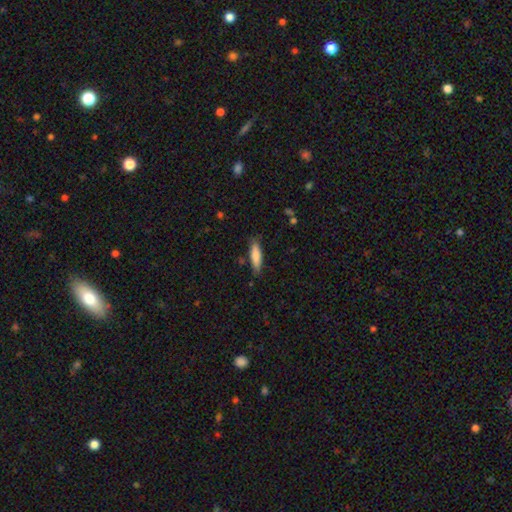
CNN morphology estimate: Smooth or featured? smooth (81%)
How rounded? cigar-shaped (60%)
Merging? none (80%)